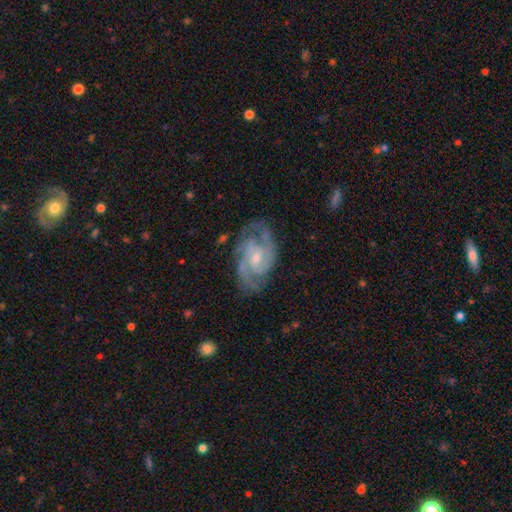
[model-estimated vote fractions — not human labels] Smooth or featured? Predicted: featured or disk (p=0.90). Edge-on disk? Predicted: no (p=0.97). Bar? Predicted: no (p=0.47). Spiral arms? Predicted: yes (p=0.98). Spiral winding? Predicted: tight (p=0.47). Spiral arm count? Predicted: 2 (p=0.53). Bulge size? Predicted: small (p=0.52). Merging? Predicted: none (p=0.75).